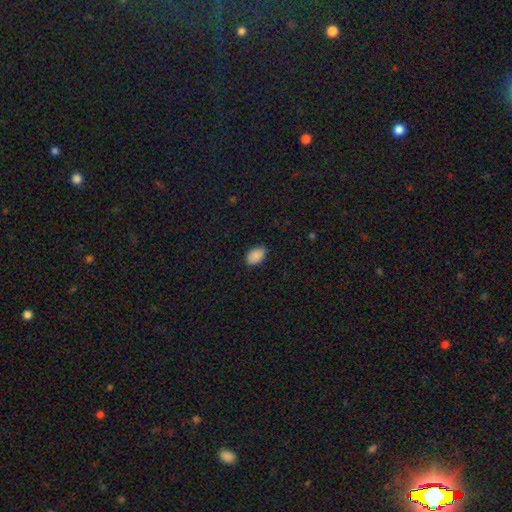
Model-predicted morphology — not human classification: Smooth or featured? Predicted: smooth (p=0.89). How rounded? Predicted: in between (p=0.89). Merging? Predicted: none (p=0.85).